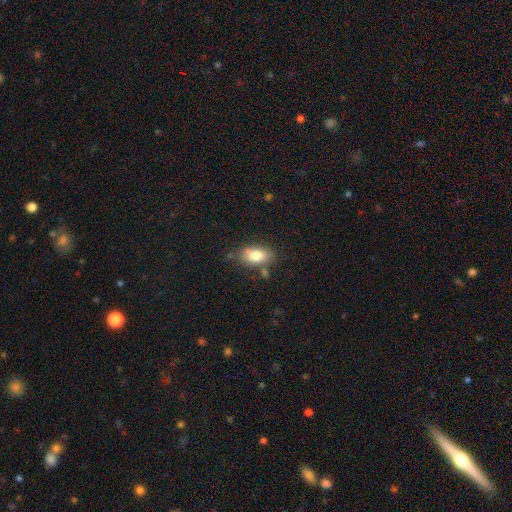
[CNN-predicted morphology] smooth 80%, featured or disk 12%, star or artifact 8%. Down the decision tree: how rounded — in between (90%); merging — none (71%).